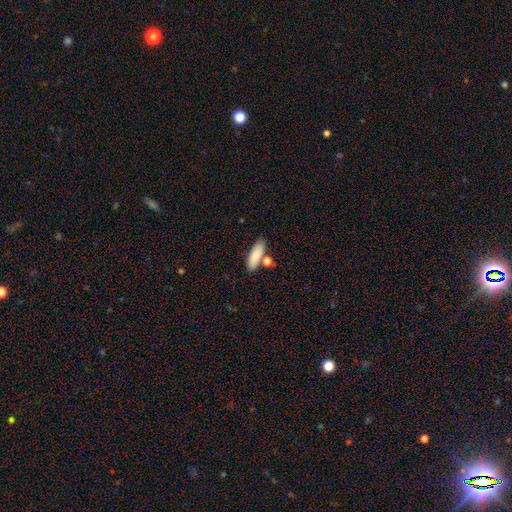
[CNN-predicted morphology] A smooth galaxy with no disk features (85%) that is in between round and cigar-shaped (64%).

Vote fractions:
- Smooth or featured? smooth: 85% / featured or disk: 8% / star or artifact: 6%
- How rounded? in between: 64% / cigar-shaped: 33% / round: 3%
- Merging? none: 68% / merger: 16% / minor disturbance: 12% / major disturbance: 3%